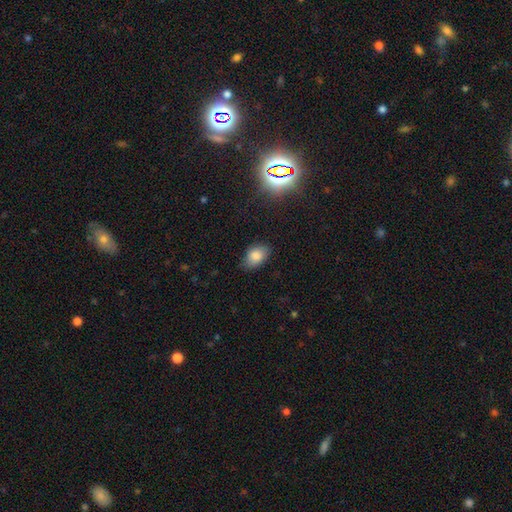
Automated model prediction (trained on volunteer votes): The model was most divided on "merging": none: 79%, minor disturbance: 17%, major disturbance: 3%, merger: 1%. More confident: how rounded — in between (88%); smooth or featured — smooth (83%).